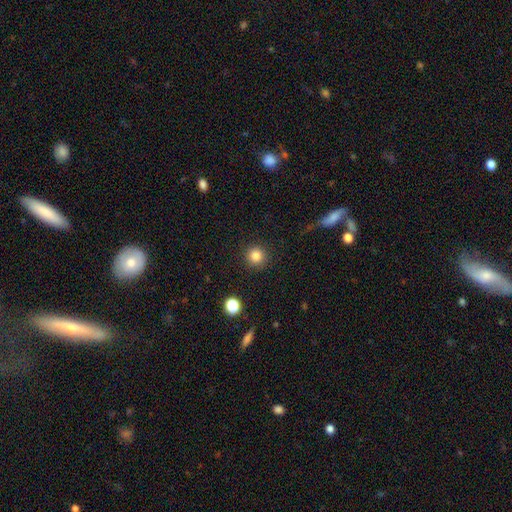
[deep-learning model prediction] Q: Smooth or featured?
A: smooth (84%); runner-up: star or artifact (12%)
Q: How rounded?
A: round (94%); runner-up: in between (5%)
Q: Merging?
A: none (91%); runner-up: minor disturbance (6%)